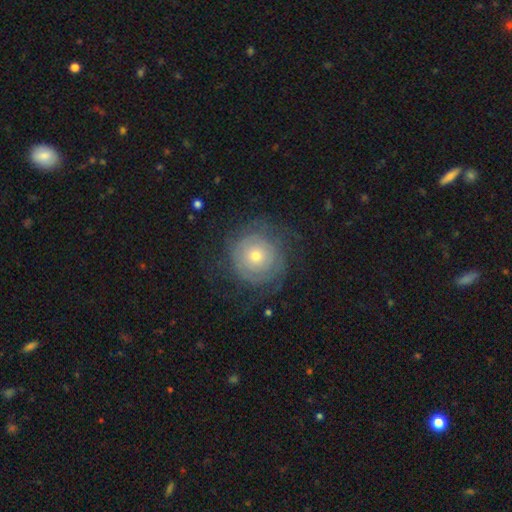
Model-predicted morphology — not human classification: type=featured or disk (58%); edge-on=no (97%); bar=no (86%); spiral arms=yes (74%); bulge=small (51%); merging=none (70%).